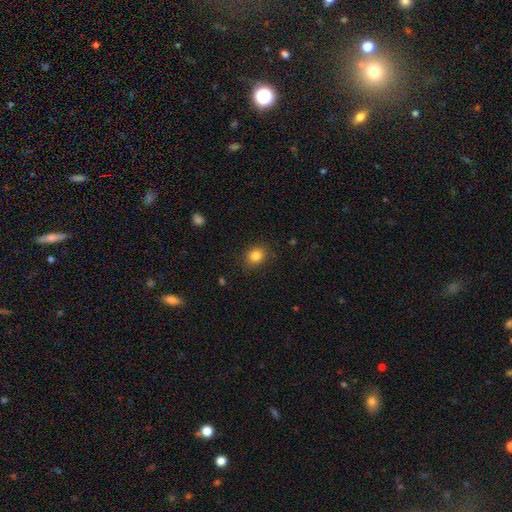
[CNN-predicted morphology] This appears to be a smooth galaxy with no disk features (84%) that is round (66%). Merging: none (87%).